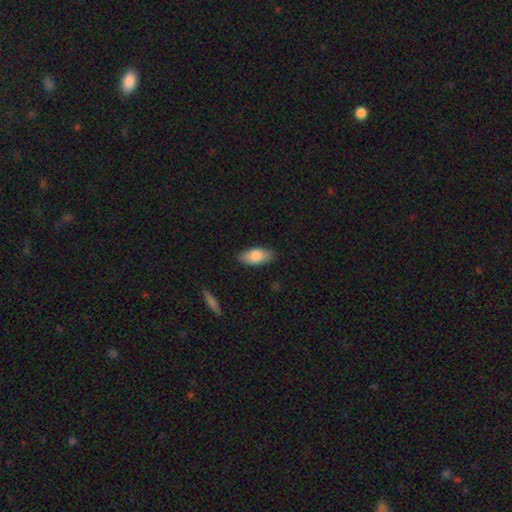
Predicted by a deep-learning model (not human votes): smooth-or-featured: smooth: 82% | featured or disk: 12% | star or artifact: 6%
  how-rounded: in between: 90% | cigar-shaped: 7% | round: 3%
  merging: none: 83% | minor disturbance: 14% | major disturbance: 3% | merger: 1%